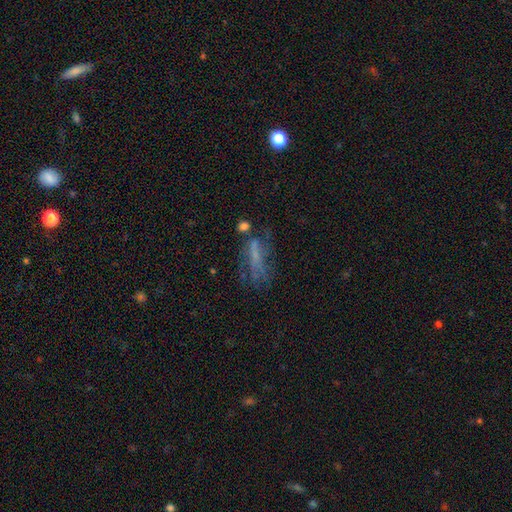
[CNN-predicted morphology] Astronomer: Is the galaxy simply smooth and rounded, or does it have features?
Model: smooth — 41% (runner-up: featured or disk, 39%).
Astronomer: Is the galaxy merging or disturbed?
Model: none — 39% (runner-up: major disturbance, 30%).